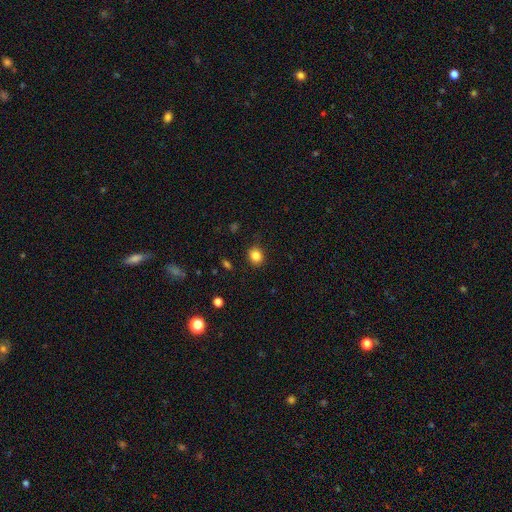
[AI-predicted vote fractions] Q: Smooth or featured?
A: smooth (84%); runner-up: star or artifact (11%)
Q: How rounded?
A: round (68%); runner-up: in between (31%)
Q: Merging?
A: none (87%); runner-up: minor disturbance (10%)